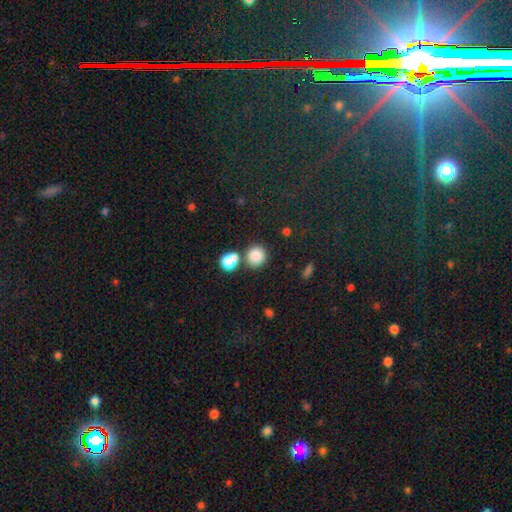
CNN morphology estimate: The model was most divided on "merging": none: 63%, merger: 24%, minor disturbance: 9%, major disturbance: 4%. More confident: how rounded — round (87%); smooth or featured — smooth (83%).